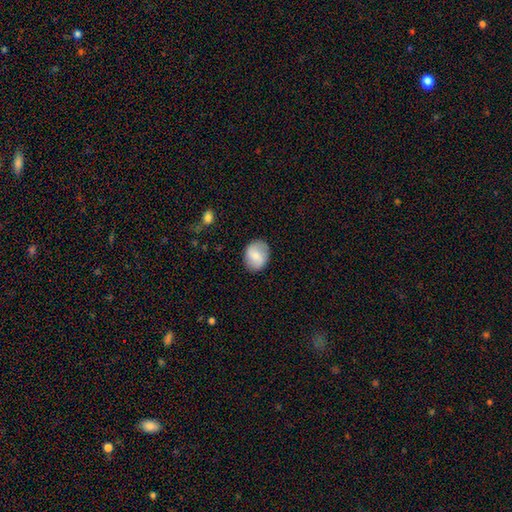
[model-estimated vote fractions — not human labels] This is likely a smooth galaxy (70%). How rounded: possibly round (53%). Merging: clearly none (85%).